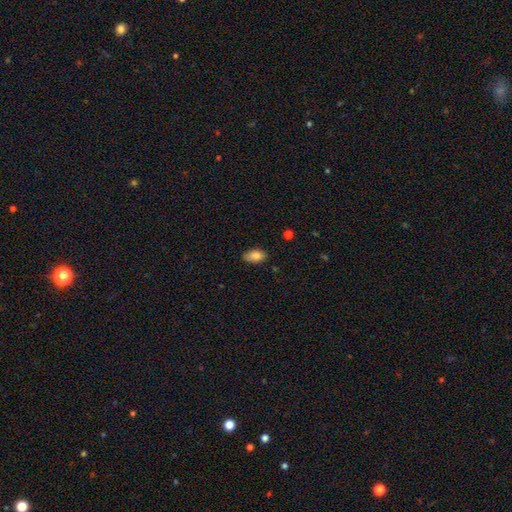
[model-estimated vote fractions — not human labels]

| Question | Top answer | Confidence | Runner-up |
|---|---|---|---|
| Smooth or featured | smooth | 81% | featured or disk (11%) |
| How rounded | in between | 92% | round (5%) |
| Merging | none | 83% | minor disturbance (14%) |